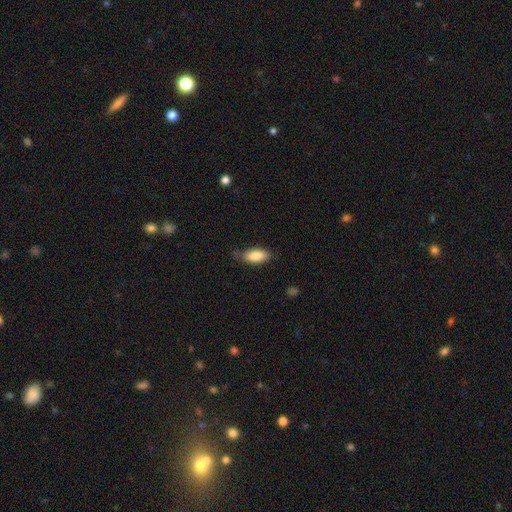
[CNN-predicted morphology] This appears to be a smooth galaxy with no disk features (84%) that is in between round and cigar-shaped (85%). Merging: none (71%).